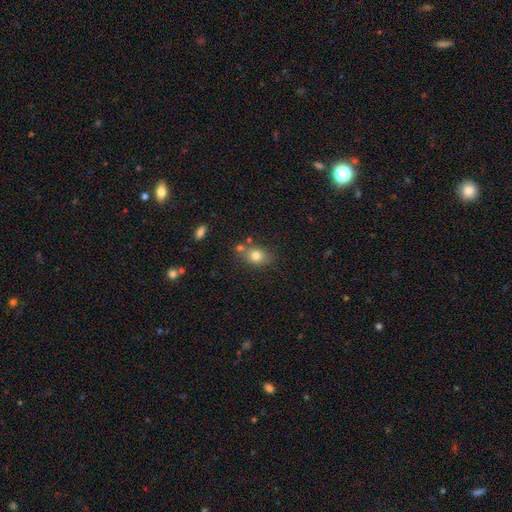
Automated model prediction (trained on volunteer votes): Overall: smooth (76%). How rounded: in between (61%; round 37%). Merging: none (65%).